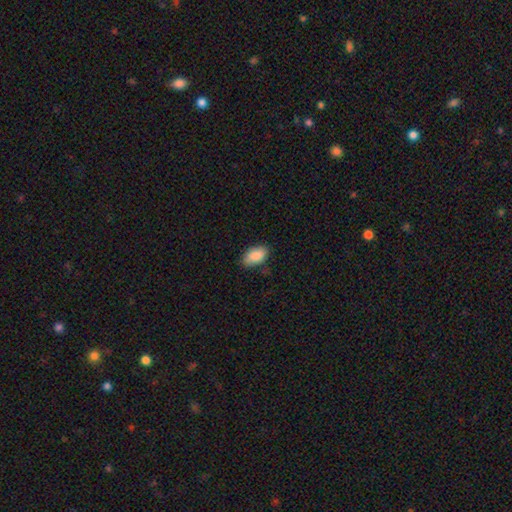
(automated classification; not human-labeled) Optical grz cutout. It shows a smooth galaxy with no disk features (87%) that is in between round and cigar-shaped (93%). Merging: none (80%).